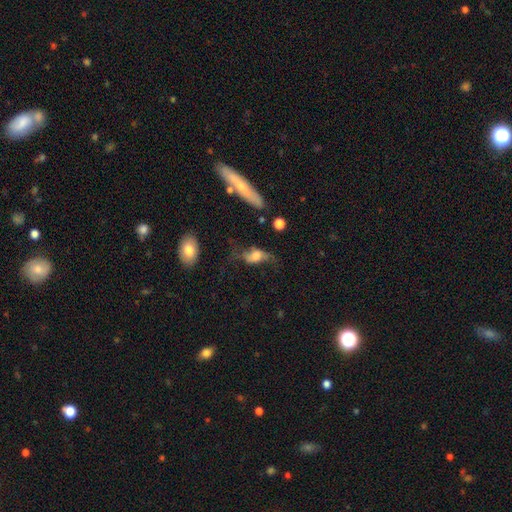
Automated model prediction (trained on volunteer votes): Smooth or featured: featured or disk — 52% (smooth — 38%)
Edge-on disk: no — 79% (yes — 21%)
Merging: none — 40% (major disturbance — 31%)